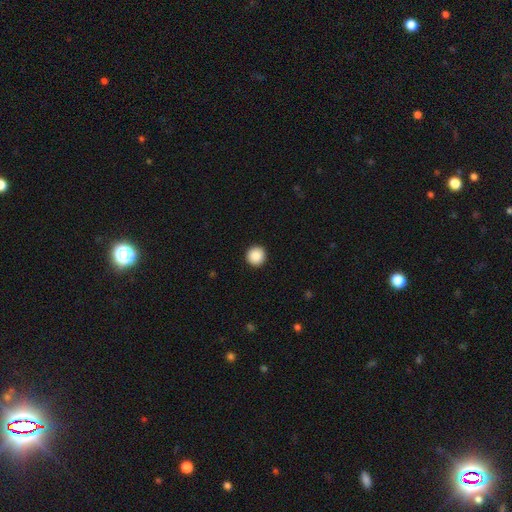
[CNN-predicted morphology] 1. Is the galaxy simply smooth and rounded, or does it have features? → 89% smooth, 8% star or artifact, 3% featured or disk.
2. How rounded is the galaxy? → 96% round, 3% in between, 1% cigar-shaped.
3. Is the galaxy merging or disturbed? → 93% none, 4% minor disturbance, 1% major disturbance, 1% merger.